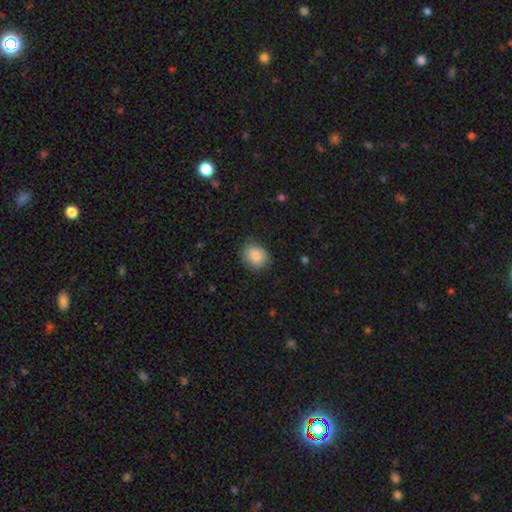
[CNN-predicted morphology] Smooth or featured? Predicted: smooth (p=0.87). How rounded? Predicted: round (p=0.70). Merging? Predicted: none (p=0.79).